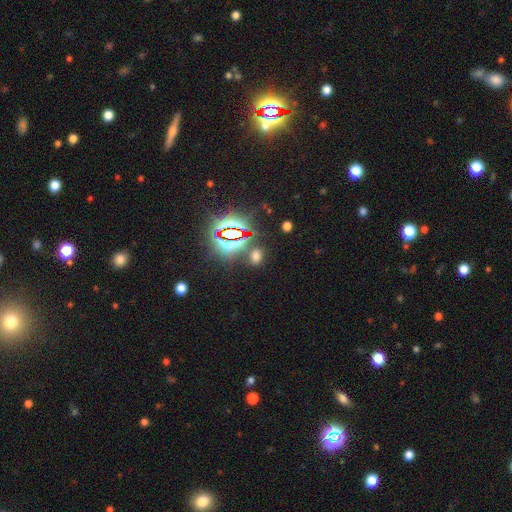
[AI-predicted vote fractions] Smooth or featured? Predicted: smooth (p=0.49). Merging? Predicted: none (p=0.79).